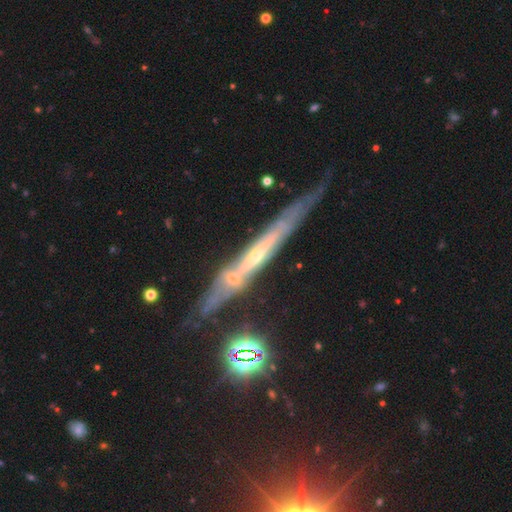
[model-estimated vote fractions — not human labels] Morphology: type=featured or disk (74%); edge-on=yes (87%); edge-on bulge=none (52%); merging=none (67%).